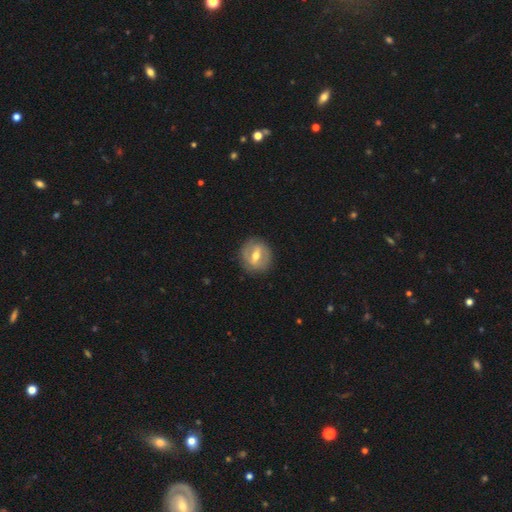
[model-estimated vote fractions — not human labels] A featured or disk galaxy (63%) with a strong bar (52%), no spiral arms (65%) and a moderate central bulge (73%). Merging: none (83%).